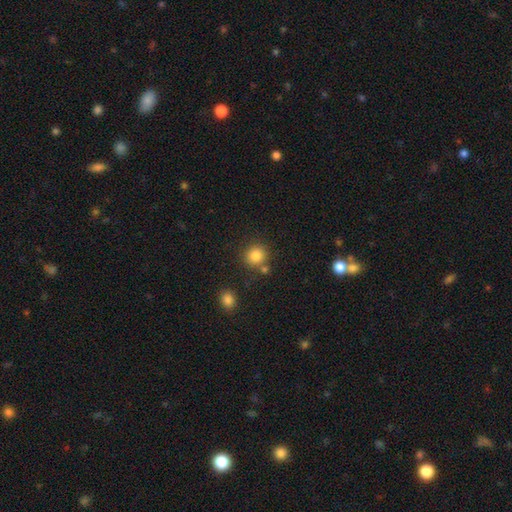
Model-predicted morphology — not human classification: Smooth or featured? Predicted: smooth (p=0.84). How rounded? Predicted: round (p=0.89). Merging? Predicted: none (p=0.76).